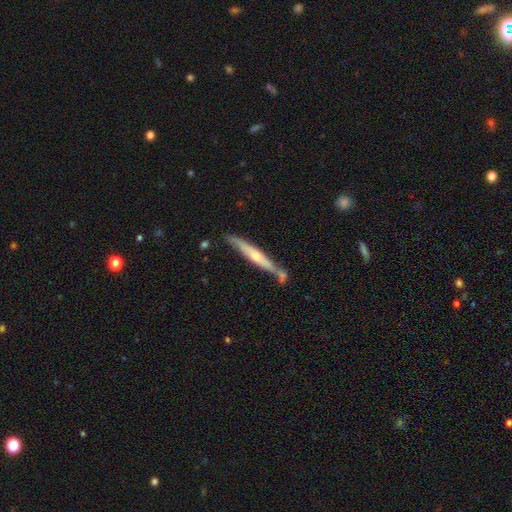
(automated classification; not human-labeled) This is possibly a featured or disk galaxy (57%). It is clearly viewed edge-on (94%). Edge-on bulge: likely rounded (61%). Merging: likely none (66%).